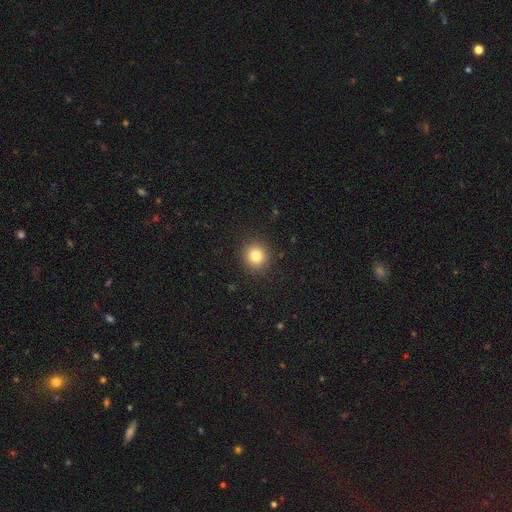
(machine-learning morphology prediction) Q: Smooth or featured?
A: smooth (83%); runner-up: star or artifact (11%)
Q: How rounded?
A: round (91%); runner-up: in between (8%)
Q: Merging?
A: none (90%); runner-up: minor disturbance (6%)